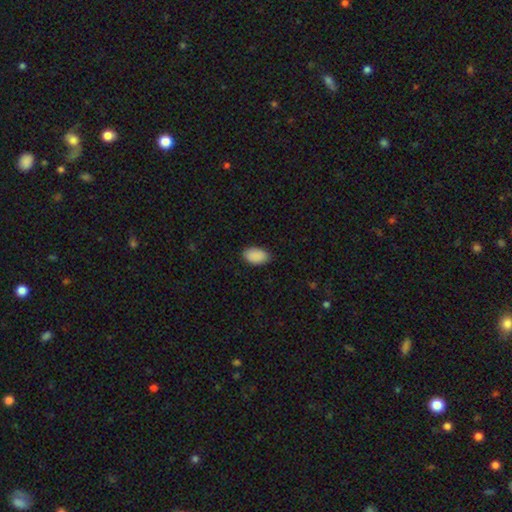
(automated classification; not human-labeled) smooth_or_featured: smooth (p=0.91) [alt: star or artifact p=0.07]
how_rounded: in between (p=0.94) [alt: round p=0.05]
merging: none (p=0.85) [alt: minor disturbance p=0.12]